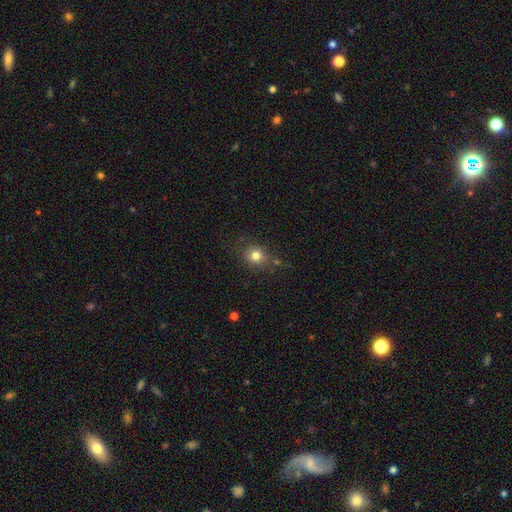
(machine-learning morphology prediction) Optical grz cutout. It shows a smooth galaxy with no disk features (78%) that is round (79%). Merging: none (77%).